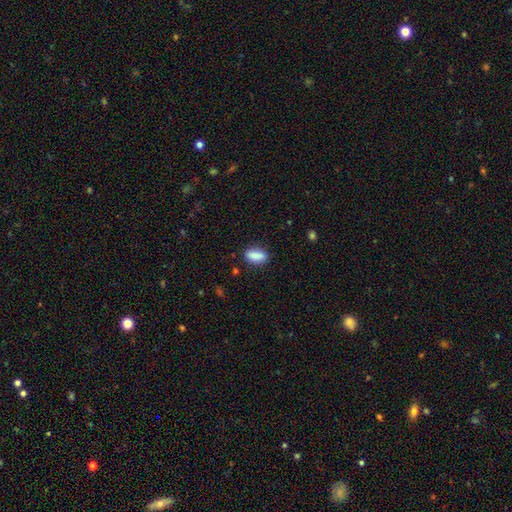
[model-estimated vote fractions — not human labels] Q: Smooth or featured?
A: smooth (88%); runner-up: star or artifact (7%)
Q: How rounded?
A: in between (80%); runner-up: cigar-shaped (16%)
Q: Merging?
A: none (85%); runner-up: minor disturbance (11%)